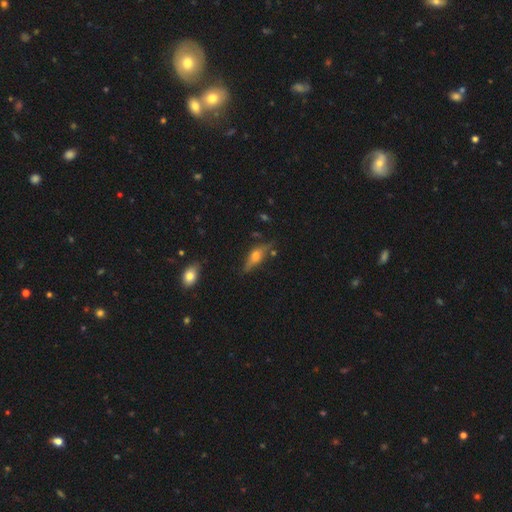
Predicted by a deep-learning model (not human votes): smooth_or_featured: featured or disk (p=0.58) [alt: smooth p=0.33]
disk_edge_on: yes (p=0.89) [alt: no p=0.11]
edge_on_bulge: rounded (p=0.91) [alt: boxy p=0.06]
merging: none (p=0.72) [alt: minor disturbance p=0.19]